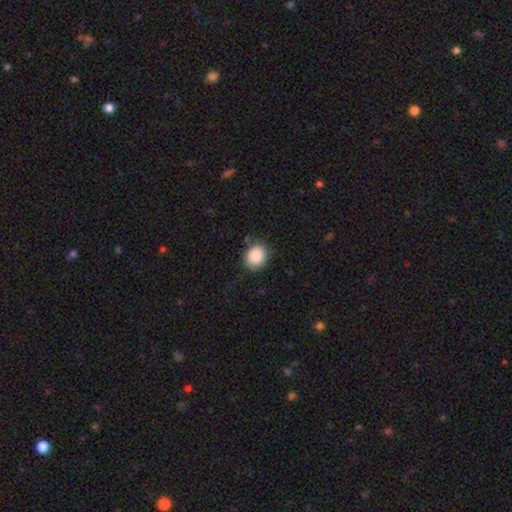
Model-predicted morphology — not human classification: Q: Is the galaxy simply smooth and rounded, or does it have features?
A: smooth — 87%.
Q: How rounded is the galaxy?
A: round — 74%.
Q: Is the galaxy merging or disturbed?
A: none — 83%.